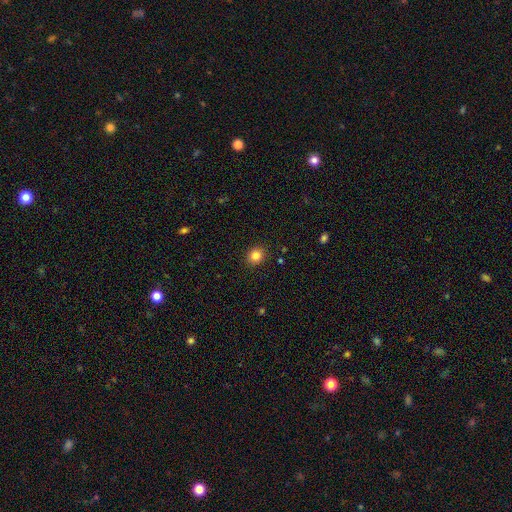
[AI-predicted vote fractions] smooth 84%, star or artifact 11%, featured or disk 5%. Down the decision tree: how rounded — round (74%); merging — none (91%).